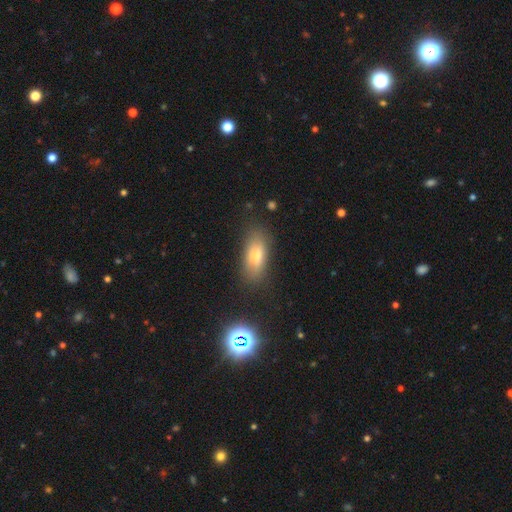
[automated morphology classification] Q: Smooth or featured?
A: smooth (68%); runner-up: featured or disk (21%)
Q: How rounded?
A: in between (75%); runner-up: cigar-shaped (21%)
Q: Merging?
A: none (80%); runner-up: minor disturbance (14%)